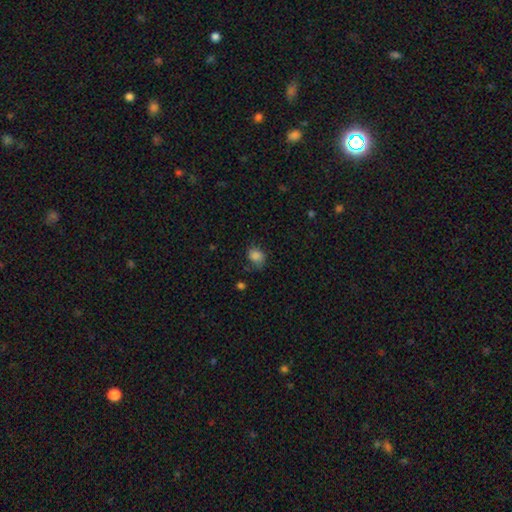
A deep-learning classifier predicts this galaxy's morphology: type=smooth (82%); roundness=round (50%); merging=none (58%).